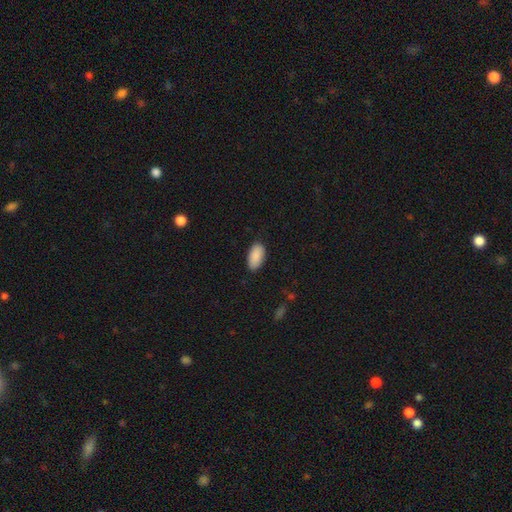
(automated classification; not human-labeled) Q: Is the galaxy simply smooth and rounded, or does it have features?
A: smooth — 91%.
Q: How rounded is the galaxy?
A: in between — 95%.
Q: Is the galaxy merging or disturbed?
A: none — 86%.